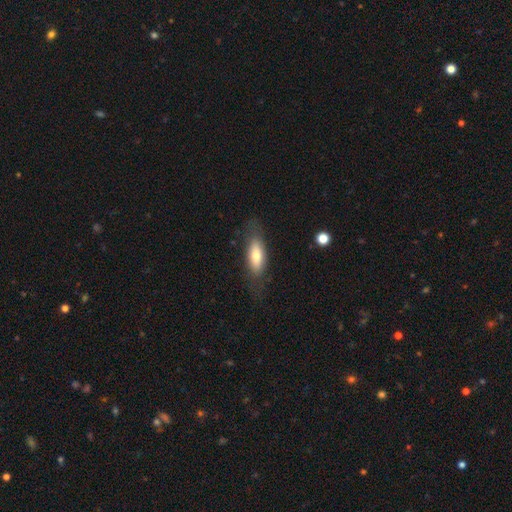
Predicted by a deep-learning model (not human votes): Smooth or featured? Predicted: smooth (p=0.68). How rounded? Predicted: in between (p=0.66). Merging? Predicted: none (p=0.74).